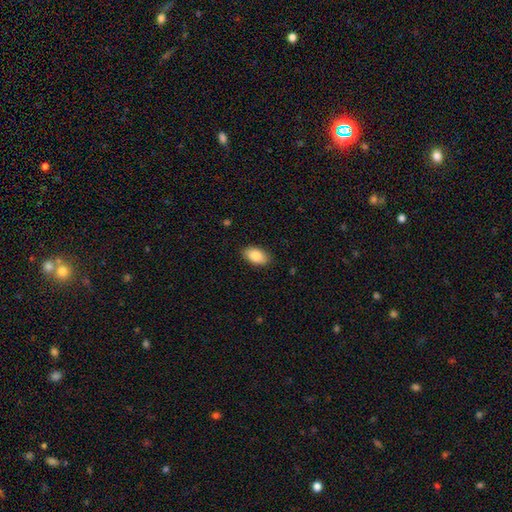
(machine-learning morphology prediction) Smooth or featured? Predicted: smooth (p=0.88). How rounded? Predicted: in between (p=0.93). Merging? Predicted: none (p=0.88).